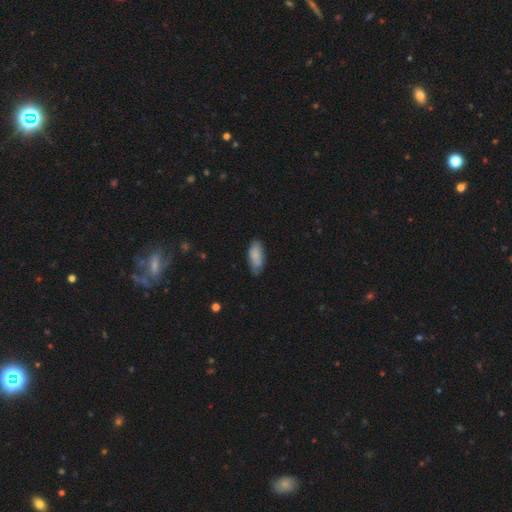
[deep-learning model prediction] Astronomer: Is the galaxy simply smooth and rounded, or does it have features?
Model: smooth — 83%.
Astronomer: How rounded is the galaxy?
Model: in between — 85%.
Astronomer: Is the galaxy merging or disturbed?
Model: none — 69%.